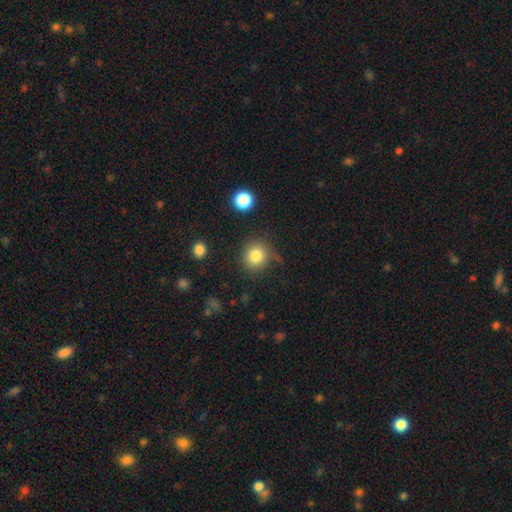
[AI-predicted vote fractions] A smooth galaxy with no disk features (82%) that is round (92%).

Vote fractions:
- Smooth or featured? smooth: 82% / star or artifact: 11% / featured or disk: 7%
- How rounded? round: 92% / in between: 7% / cigar-shaped: 1%
- Merging? none: 77% / minor disturbance: 14% / major disturbance: 6% / merger: 3%